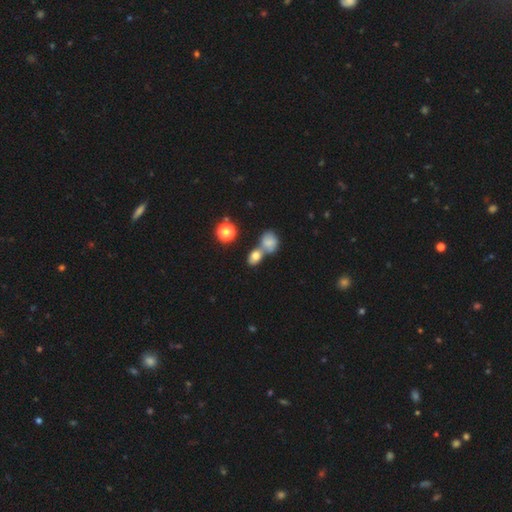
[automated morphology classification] The model was most divided on "merging": merger: 47%, none: 38%, minor disturbance: 10%, major disturbance: 4%. More confident: smooth or featured — smooth (73%); how rounded — in between (62%).